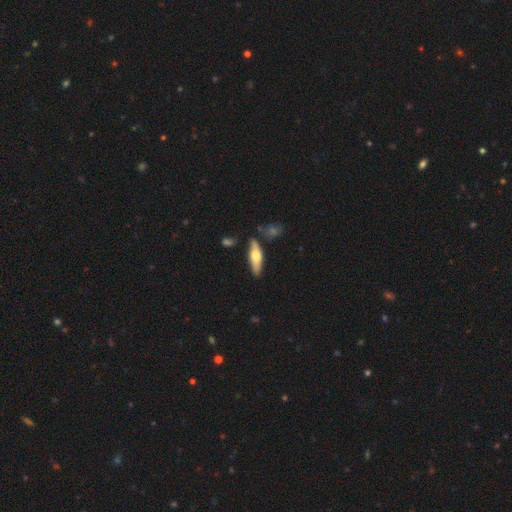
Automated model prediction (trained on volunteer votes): Overall: smooth (53%; featured or disk 41%). How rounded: cigar-shaped (55%; in between 42%). Merging: none (77%).